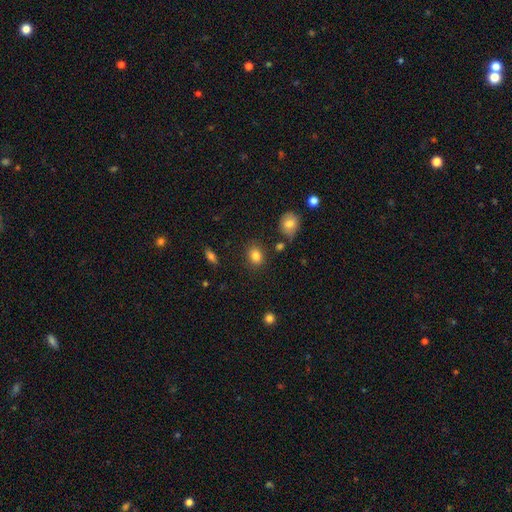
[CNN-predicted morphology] Smooth or featured? Predicted: smooth (p=0.83). How rounded? Predicted: round (p=0.52). Merging? Predicted: none (p=0.83).